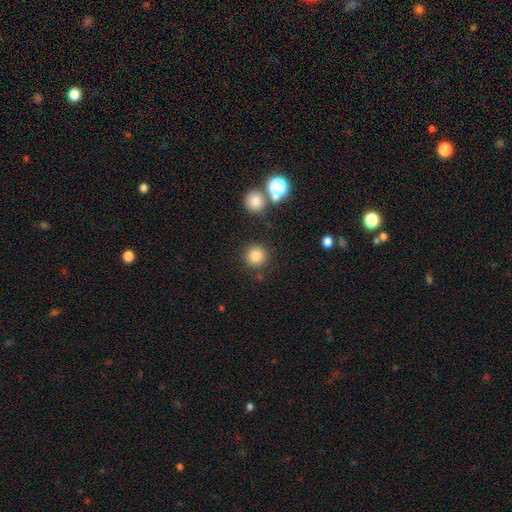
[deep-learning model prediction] Smooth or featured: smooth — 82% (star or artifact — 12%)
How rounded: round — 94% (in between — 5%)
Merging: none — 87% (minor disturbance — 6%)